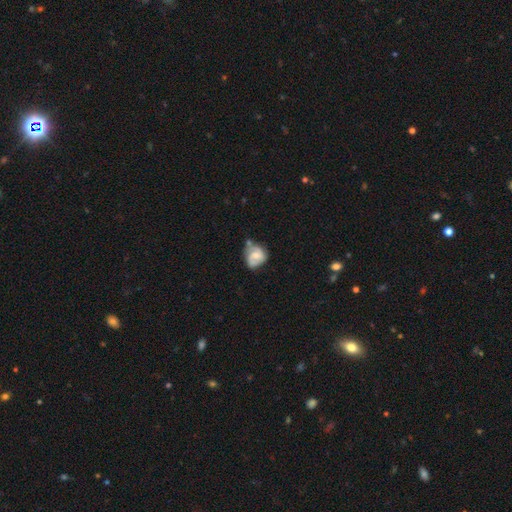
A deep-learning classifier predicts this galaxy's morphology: Q: Smooth or featured?
A: featured or disk (54%); runner-up: smooth (39%)
Q: Edge-on disk?
A: no (97%); runner-up: yes (3%)
Q: Bar?
A: no (52%); runner-up: weak (39%)
Q: Spiral arms?
A: yes (79%); runner-up: no (21%)
Q: Bulge size?
A: moderate (47%); runner-up: small (37%)
Q: Merging?
A: none (45%); runner-up: minor disturbance (31%)